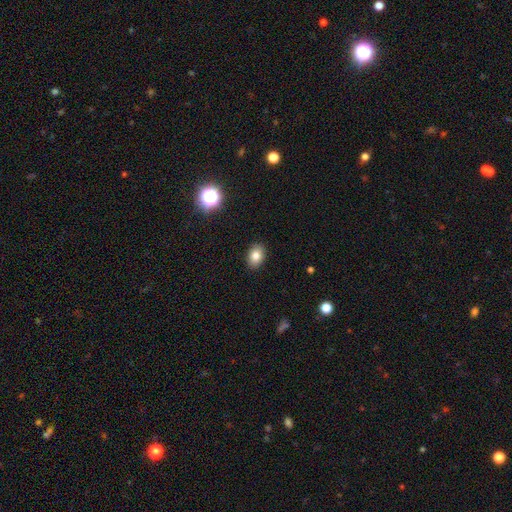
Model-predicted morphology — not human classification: A smooth galaxy with no disk features (82%) that is in between round and cigar-shaped (79%). Merging: none (89%).